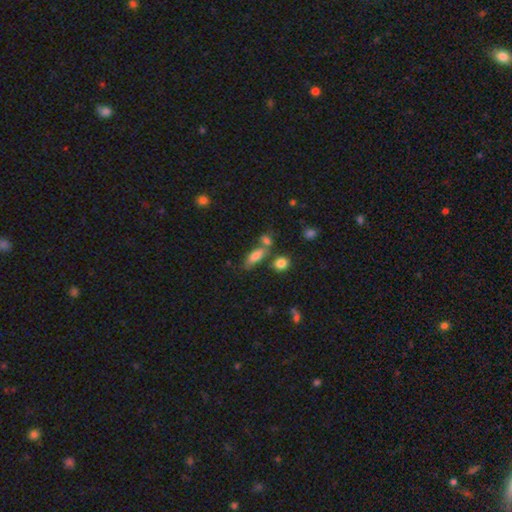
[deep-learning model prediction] Morphology: type=smooth (76%); roundness=in between (67%); merging=none (57%).